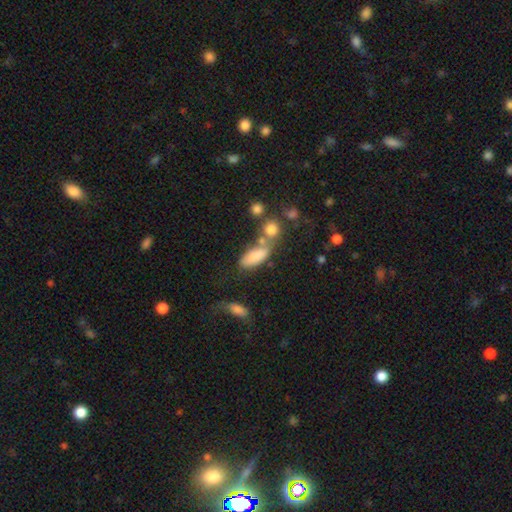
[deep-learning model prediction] Q: Smooth or featured?
A: smooth (79%); runner-up: featured or disk (11%)
Q: How rounded?
A: in between (73%); runner-up: cigar-shaped (21%)
Q: Merging?
A: none (45%); runner-up: merger (28%)